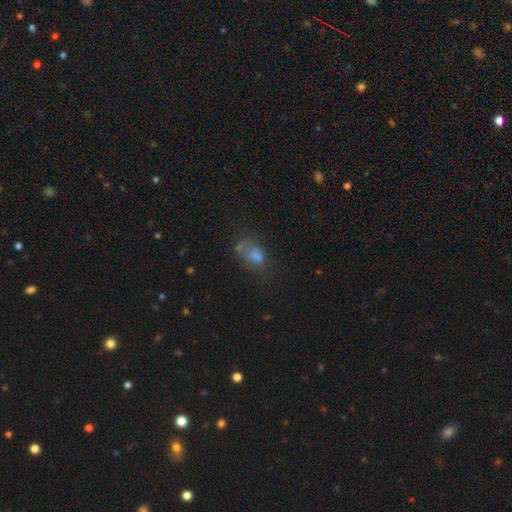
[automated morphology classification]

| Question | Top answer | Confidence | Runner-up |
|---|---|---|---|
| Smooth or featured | smooth | 64% | featured or disk (19%) |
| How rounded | in between | 73% | round (24%) |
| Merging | none | 40% | minor disturbance (23%) |